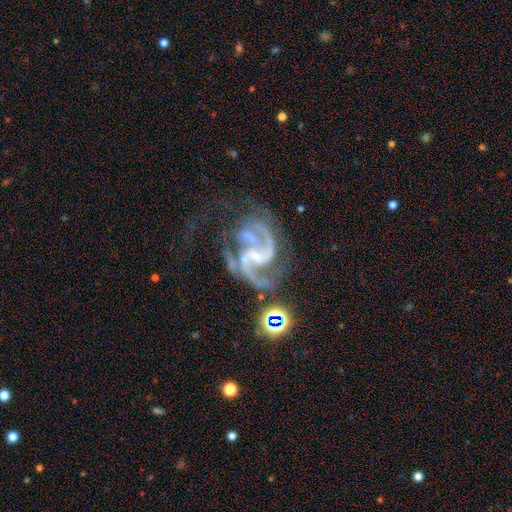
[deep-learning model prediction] featured or disk 91%, star or artifact 6%, smooth 3%. Down the decision tree: edge-on disk — no (99%); bar — weak (47%); spiral arms — yes (98%); spiral arm count — 2 (74%); spiral winding — medium (60%); bulge size — small (63%); merging — none (41%).